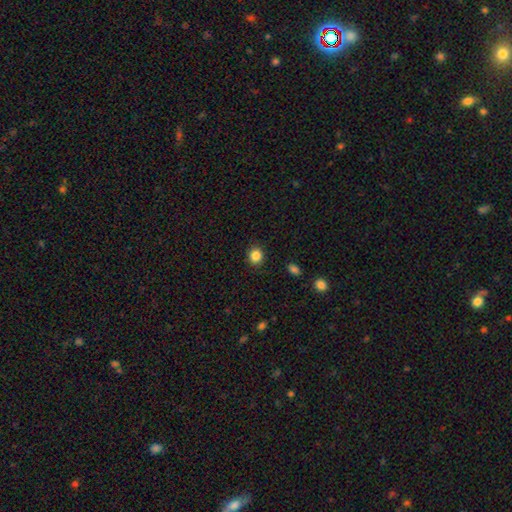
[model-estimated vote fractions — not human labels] This is clearly a smooth galaxy (86%). How rounded: clearly round (82%). Merging: clearly none (90%).